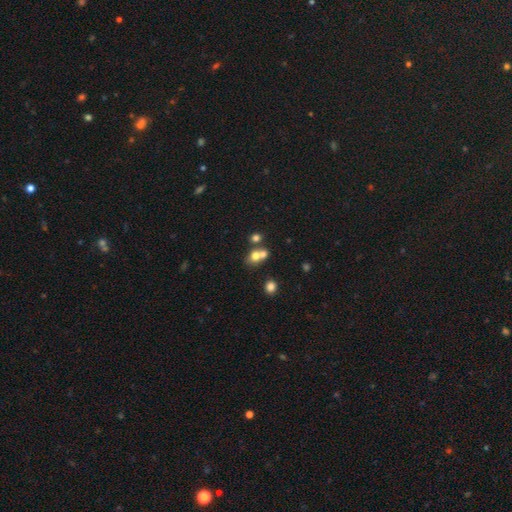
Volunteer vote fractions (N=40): This is clearly a smooth galaxy (82%). How rounded: likely round (79%). Merging: likely merger (74%).